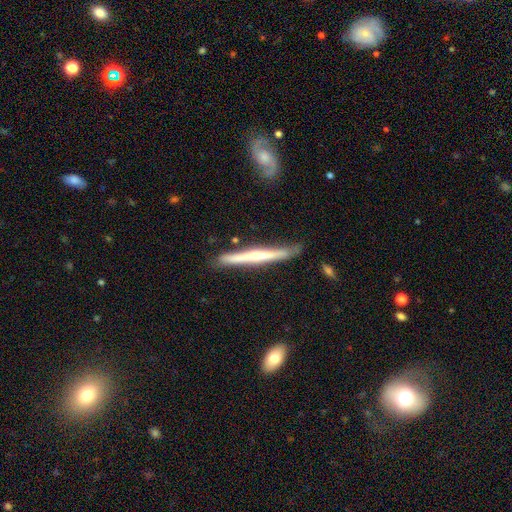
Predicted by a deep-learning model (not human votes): Morphology: type=featured or disk (64%); edge-on=yes (95%); edge-on bulge=none (53%); merging=none (82%).